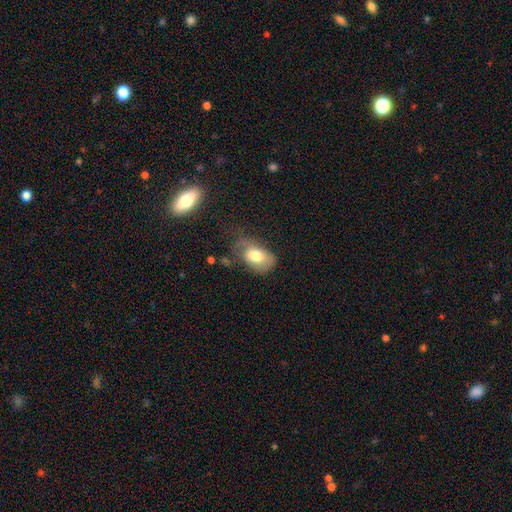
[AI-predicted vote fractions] Overall: smooth (72%). How rounded: in between (87%). Merging: none (36%; minor disturbance 35%).